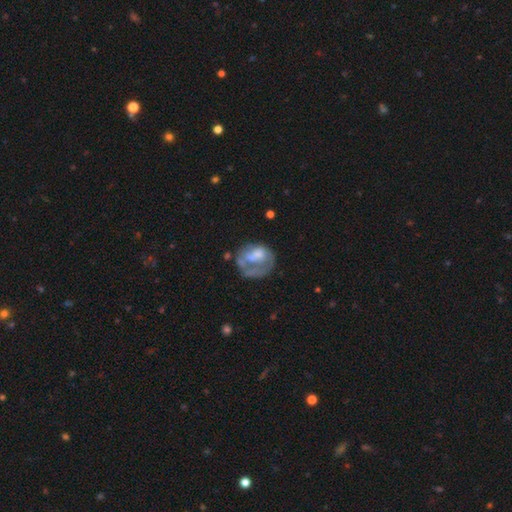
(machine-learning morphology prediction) type=featured or disk (49%); merging=major disturbance (36%).